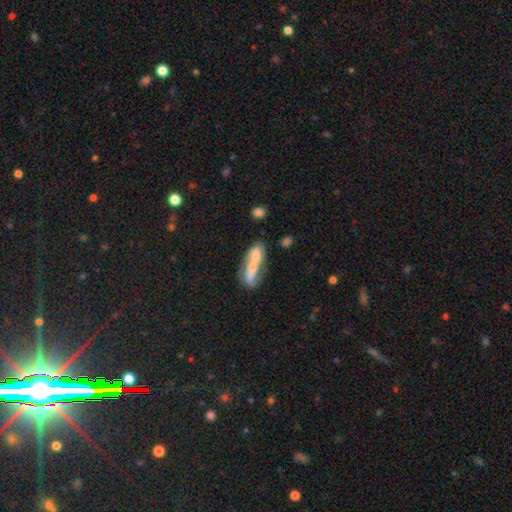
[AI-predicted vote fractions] Smooth or featured? smooth (48%)
Merging? merger (58%)